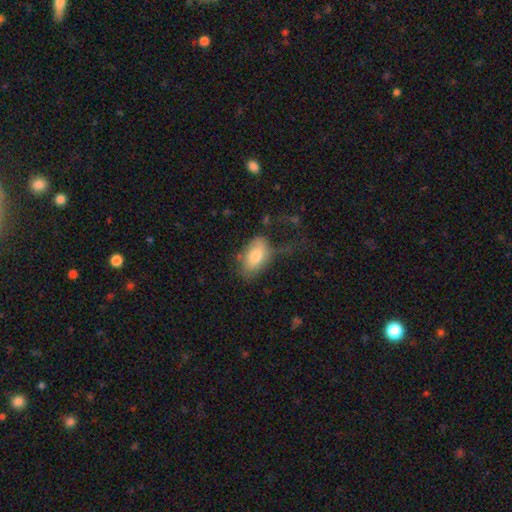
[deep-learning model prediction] Smooth or featured? Predicted: smooth (p=0.77). How rounded? Predicted: in between (p=0.93). Merging? Predicted: none (p=0.48).